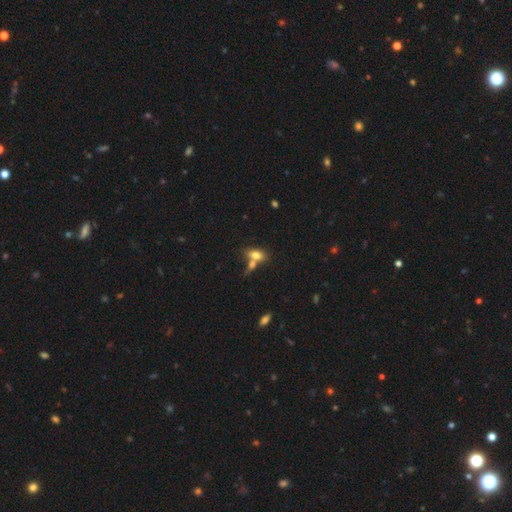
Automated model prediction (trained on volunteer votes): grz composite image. It shows a smooth galaxy with no disk features (72%) that is in between round and cigar-shaped (81%). Merging: merger (48%).